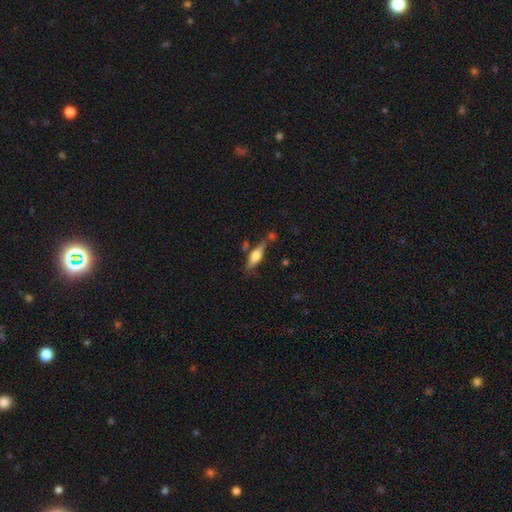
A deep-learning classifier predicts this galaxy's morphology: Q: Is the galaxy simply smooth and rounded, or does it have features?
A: featured or disk — 51%.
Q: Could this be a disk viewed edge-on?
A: yes — 92%.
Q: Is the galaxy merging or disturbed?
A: none — 70%.